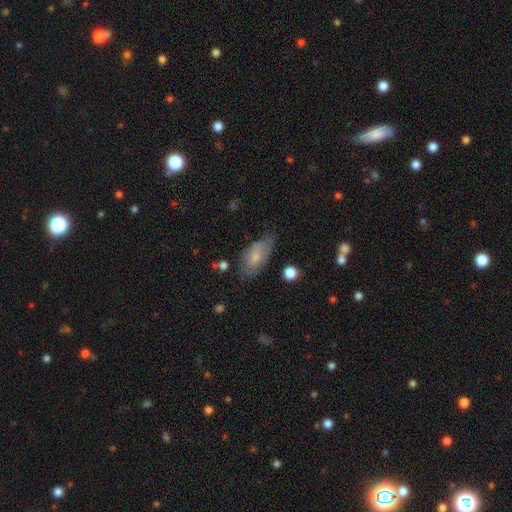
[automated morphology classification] This is likely a smooth galaxy (67%). How rounded: clearly in between (87%). Merging: possibly none (55%).